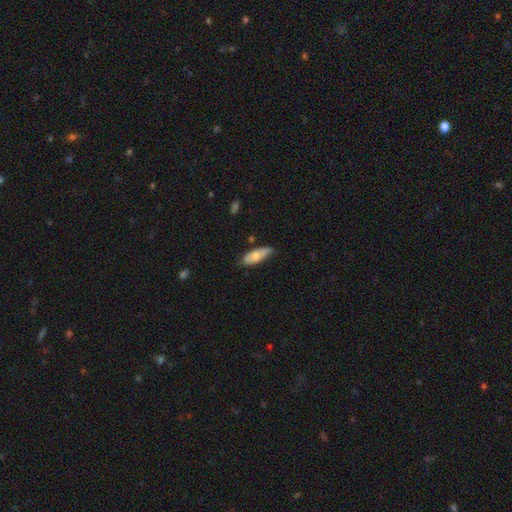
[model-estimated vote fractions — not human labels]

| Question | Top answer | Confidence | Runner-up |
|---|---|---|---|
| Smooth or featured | smooth | 68% | featured or disk (26%) |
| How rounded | in between | 72% | cigar-shaped (26%) |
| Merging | none | 74% | minor disturbance (21%) |